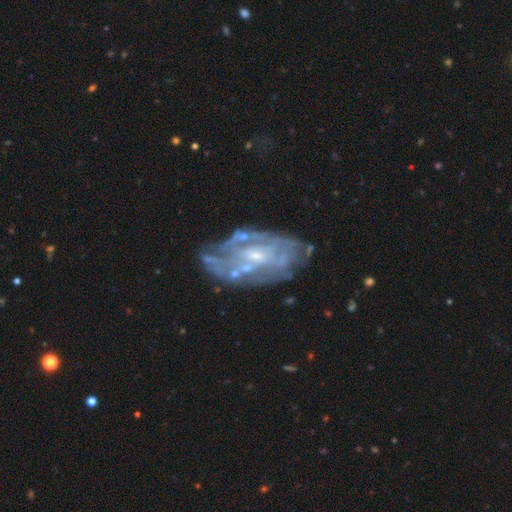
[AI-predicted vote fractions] A featured or disk galaxy (80%) with no bar (58%), spiral arms (58%) and a small central bulge (67%).

Vote fractions:
- Smooth or featured? featured or disk: 80% / smooth: 13% / star or artifact: 7%
- Edge-on disk? no: 95% / yes: 5%
- Bar? no: 58% / weak: 33% / strong: 9%
- Spiral arms? yes: 58% / no: 42%
- Bulge size? small: 67% / moderate: 23% / none: 7% / large: 2% / dominant: 1%
- Merging? none: 59% / minor disturbance: 22% / major disturbance: 13% / merger: 6%